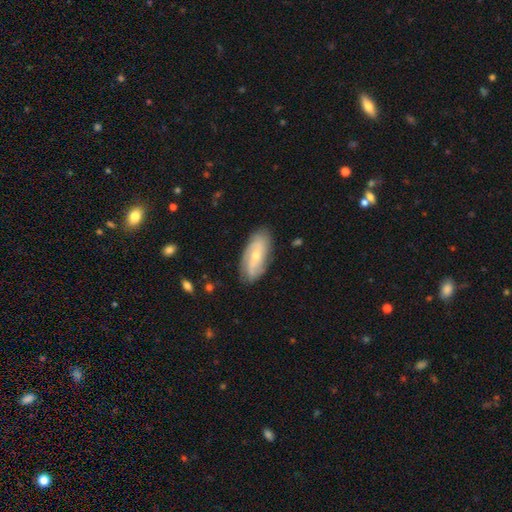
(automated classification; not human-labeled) Q: Smooth or featured?
A: featured or disk (63%); runner-up: smooth (30%)
Q: Edge-on disk?
A: no (89%); runner-up: yes (11%)
Q: Bar?
A: no (64%); runner-up: weak (28%)
Q: Spiral arms?
A: yes (86%); runner-up: no (14%)
Q: Bulge size?
A: small (64%); runner-up: moderate (32%)
Q: Merging?
A: none (79%); runner-up: minor disturbance (16%)